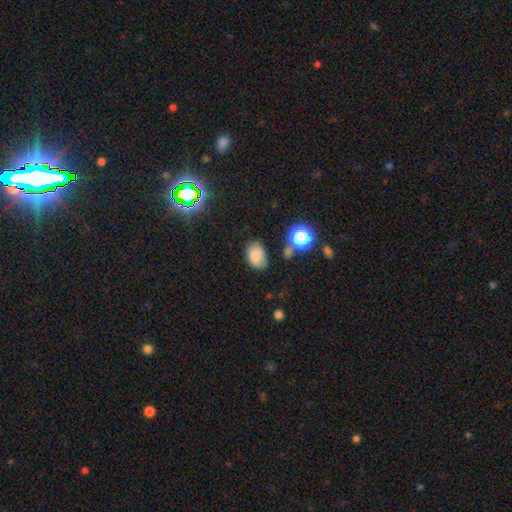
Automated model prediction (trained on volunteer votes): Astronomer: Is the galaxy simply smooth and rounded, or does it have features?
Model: smooth — 78%.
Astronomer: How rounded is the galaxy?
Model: in between — 80%.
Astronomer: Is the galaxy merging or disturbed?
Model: none — 63%.